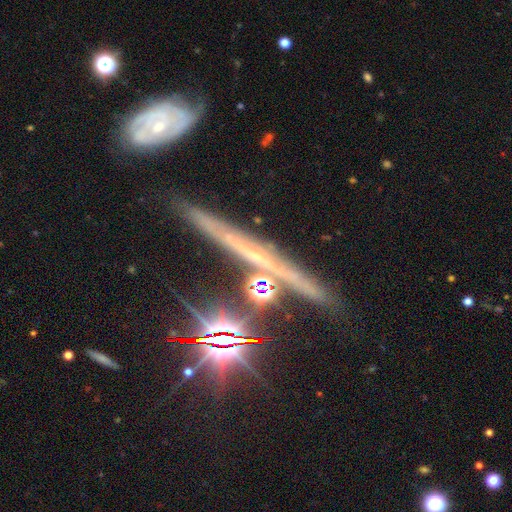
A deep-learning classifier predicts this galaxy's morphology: featured or disk 58%, star or artifact 25%, smooth 17%. Down the decision tree: edge-on disk — yes (91%); edge-on bulge — none (60%); merging — none (78%).